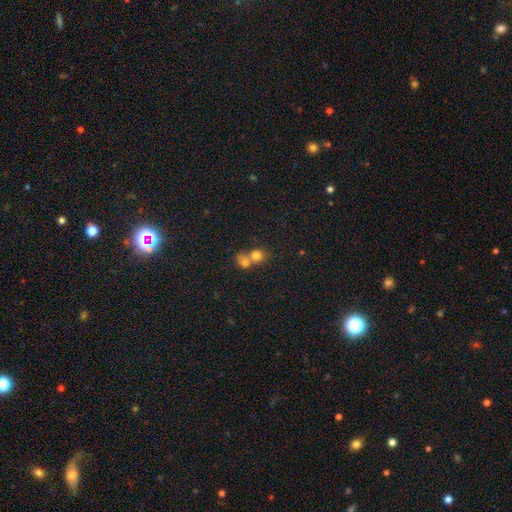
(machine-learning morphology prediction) A smooth galaxy with no disk features (76%) that is round (72%).

Vote fractions:
- Smooth or featured? smooth: 76% / featured or disk: 12% / star or artifact: 11%
- How rounded? round: 72% / in between: 27% / cigar-shaped: 1%
- Merging? merger: 65% / none: 26% / minor disturbance: 6% / major disturbance: 3%